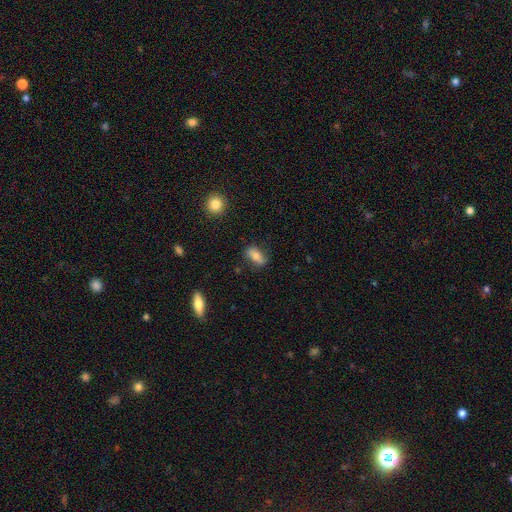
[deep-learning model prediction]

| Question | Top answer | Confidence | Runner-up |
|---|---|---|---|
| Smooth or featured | smooth | 69% | featured or disk (22%) |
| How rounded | in between | 81% | cigar-shaped (13%) |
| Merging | none | 75% | minor disturbance (19%) |